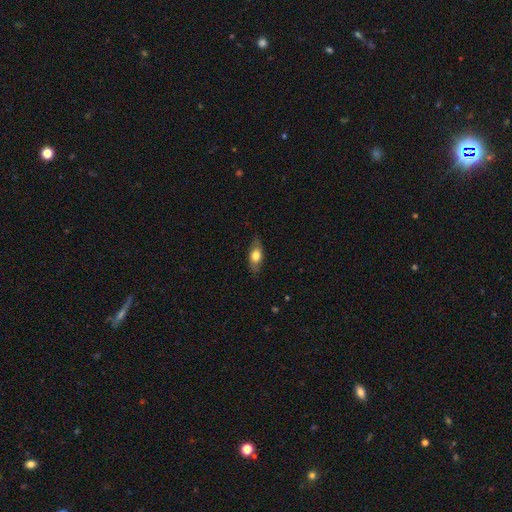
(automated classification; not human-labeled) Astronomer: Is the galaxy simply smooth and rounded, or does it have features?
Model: smooth — 66%.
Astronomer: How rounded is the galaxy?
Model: in between — 78%.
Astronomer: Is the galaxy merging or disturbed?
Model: none — 80%.